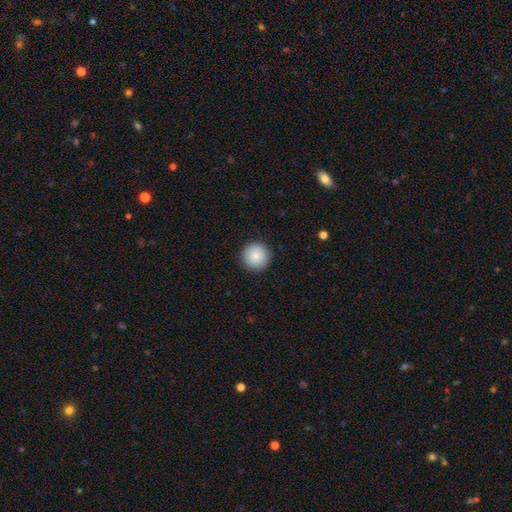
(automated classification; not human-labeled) Smooth or featured? Predicted: smooth (p=0.87). How rounded? Predicted: round (p=0.96). Merging? Predicted: none (p=0.92).